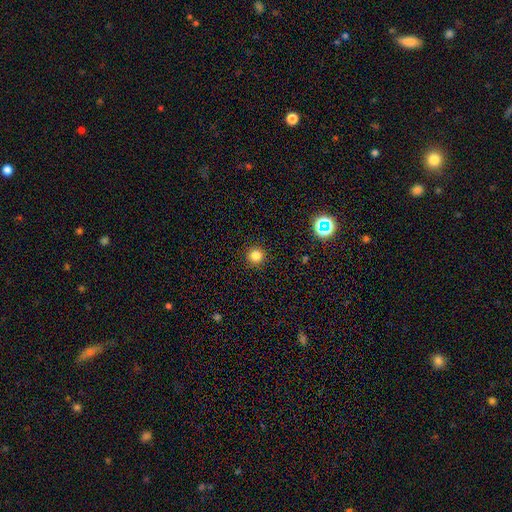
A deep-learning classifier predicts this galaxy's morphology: type=smooth (81%); roundness=round (95%); merging=none (92%).